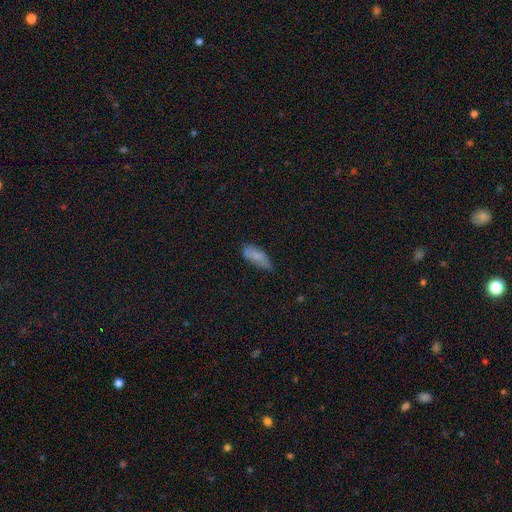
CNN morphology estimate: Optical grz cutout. It shows a smooth galaxy with no disk features (76%) that is in between round and cigar-shaped (81%). Merging: none (55%).